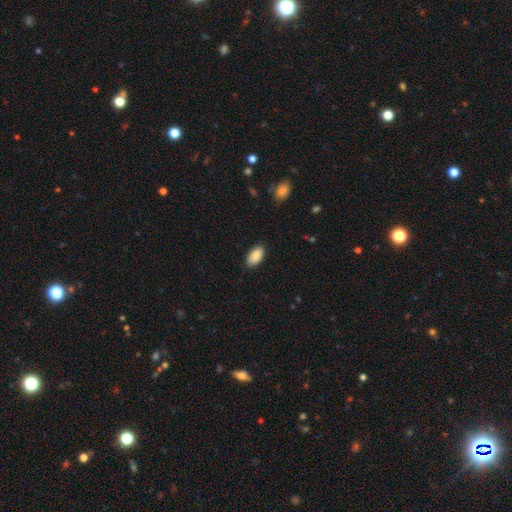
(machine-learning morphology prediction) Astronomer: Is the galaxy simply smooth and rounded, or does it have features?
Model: smooth — 88%.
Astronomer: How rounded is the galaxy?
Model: in between — 95%.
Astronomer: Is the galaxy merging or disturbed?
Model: none — 86%.